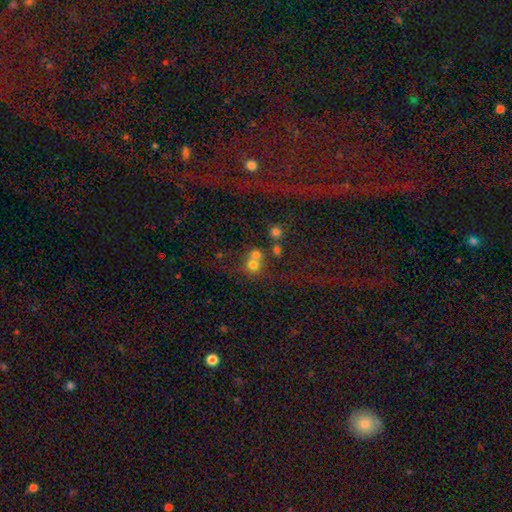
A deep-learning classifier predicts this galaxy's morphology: A smooth galaxy with no disk features (61%) that is round (90%). Merging: none (52%).